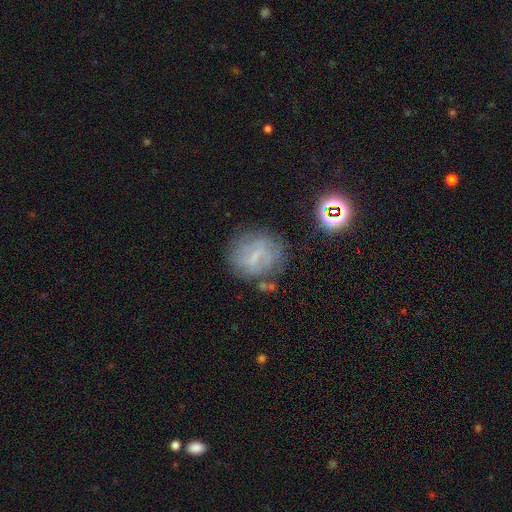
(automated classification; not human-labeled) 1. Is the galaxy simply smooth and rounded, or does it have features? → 54% featured or disk, 31% smooth, 16% star or artifact.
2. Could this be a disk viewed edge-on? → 96% no, 4% yes.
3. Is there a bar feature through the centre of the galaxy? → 55% weak, 23% strong, 22% no.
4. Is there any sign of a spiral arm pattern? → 61% yes, 39% no.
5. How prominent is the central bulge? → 50% small, 33% none, 15% moderate, 1% large, 1% dominant.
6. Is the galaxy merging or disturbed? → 65% none, 20% minor disturbance, 11% major disturbance, 4% merger.